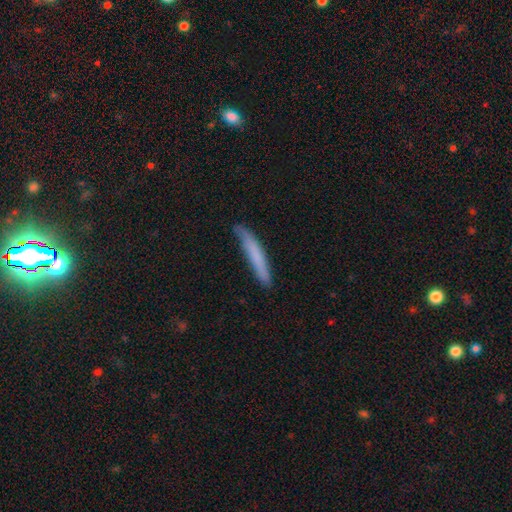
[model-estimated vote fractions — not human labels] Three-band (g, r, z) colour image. It shows a smooth galaxy with no disk features (70%) that is cigar-shaped (95%). Merging: none (74%).